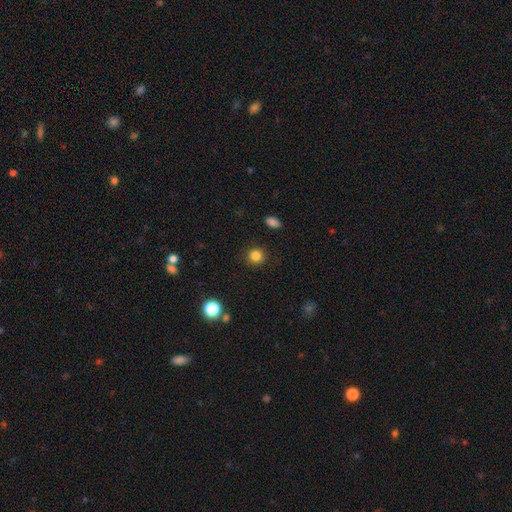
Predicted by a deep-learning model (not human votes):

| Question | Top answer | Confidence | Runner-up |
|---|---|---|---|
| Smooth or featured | smooth | 83% | star or artifact (12%) |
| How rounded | round | 91% | in between (8%) |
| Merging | none | 90% | minor disturbance (6%) |